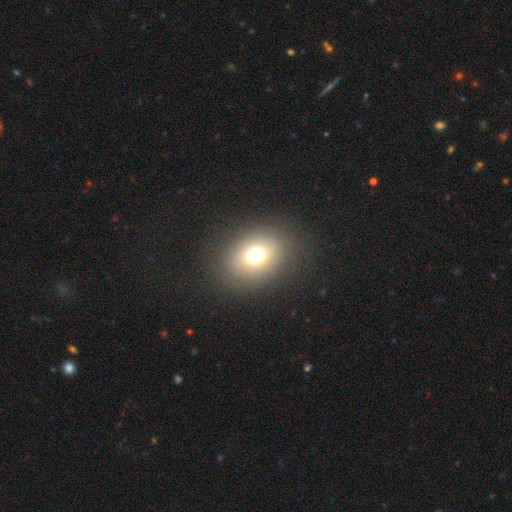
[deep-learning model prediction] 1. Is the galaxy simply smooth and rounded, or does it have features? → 69% smooth, 17% star or artifact, 14% featured or disk.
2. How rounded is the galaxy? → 52% in between, 47% round, 1% cigar-shaped.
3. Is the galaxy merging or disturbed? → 85% none, 8% minor disturbance, 6% major disturbance, 1% merger.